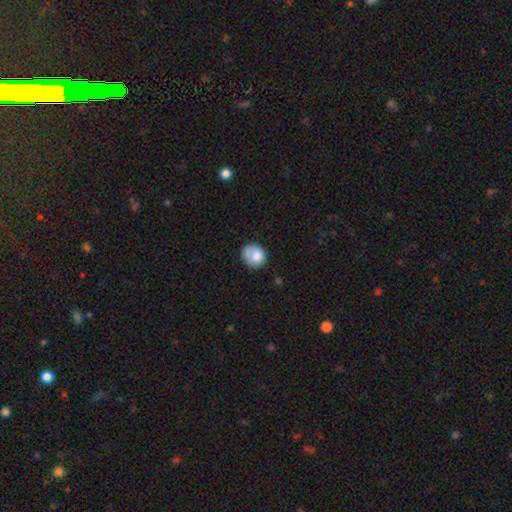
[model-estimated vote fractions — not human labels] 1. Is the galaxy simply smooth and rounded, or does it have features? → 78% smooth, 14% featured or disk, 8% star or artifact.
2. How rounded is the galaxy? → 75% round, 24% in between, 1% cigar-shaped.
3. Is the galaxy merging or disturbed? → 56% none, 24% minor disturbance, 10% merger, 10% major disturbance.